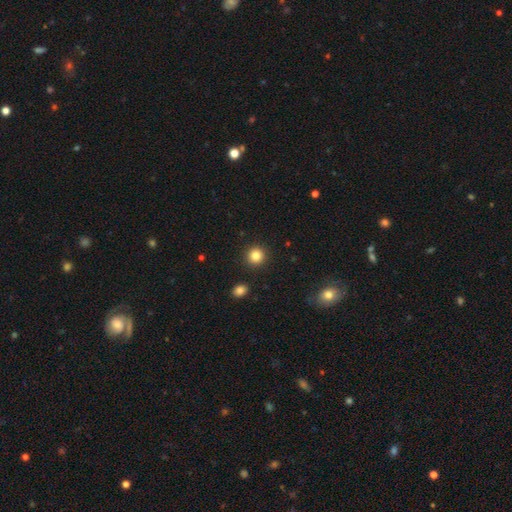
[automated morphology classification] The model was most divided on "smooth or featured": smooth: 84%, star or artifact: 11%, featured or disk: 5%. More confident: how rounded — round (93%); merging — none (91%).